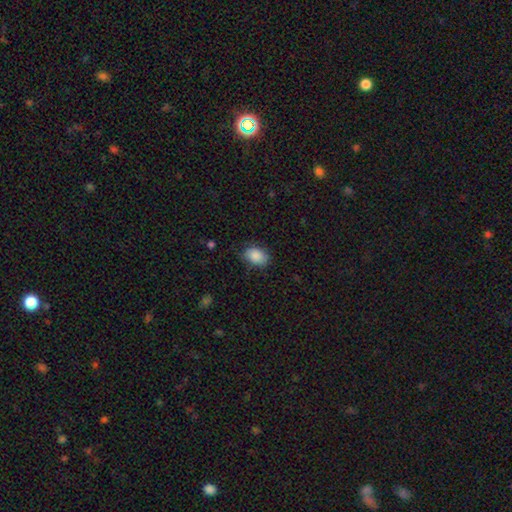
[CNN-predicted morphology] type=smooth (88%); roundness=in between (80%); merging=none (78%).